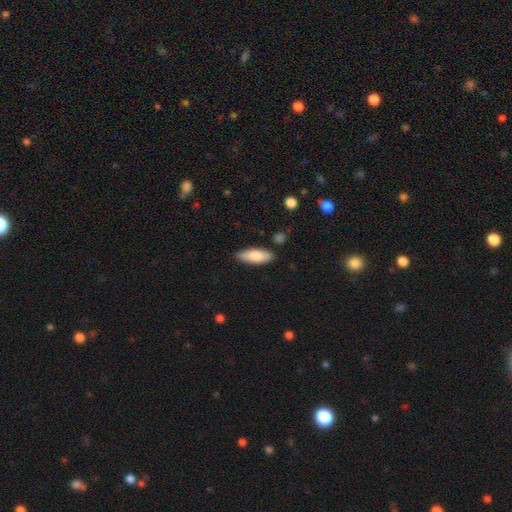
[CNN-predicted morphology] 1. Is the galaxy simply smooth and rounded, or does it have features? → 83% smooth, 12% featured or disk, 6% star or artifact.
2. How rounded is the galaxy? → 71% in between, 28% cigar-shaped, 2% round.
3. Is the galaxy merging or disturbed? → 85% none, 11% minor disturbance, 2% major disturbance, 2% merger.